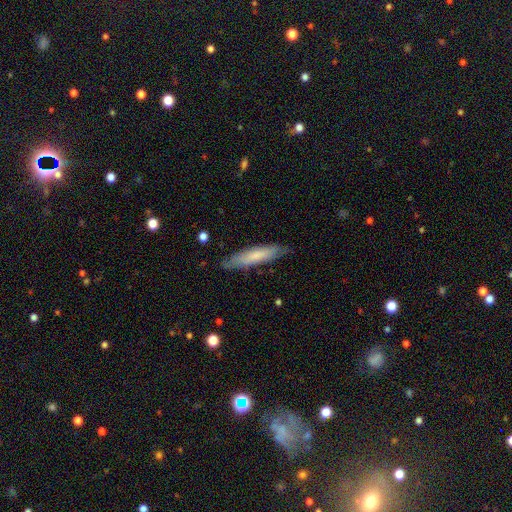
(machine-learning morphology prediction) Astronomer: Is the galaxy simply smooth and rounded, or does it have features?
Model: smooth — 66%.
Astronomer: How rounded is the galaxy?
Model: cigar-shaped — 84%.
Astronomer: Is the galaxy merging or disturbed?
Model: none — 83%.